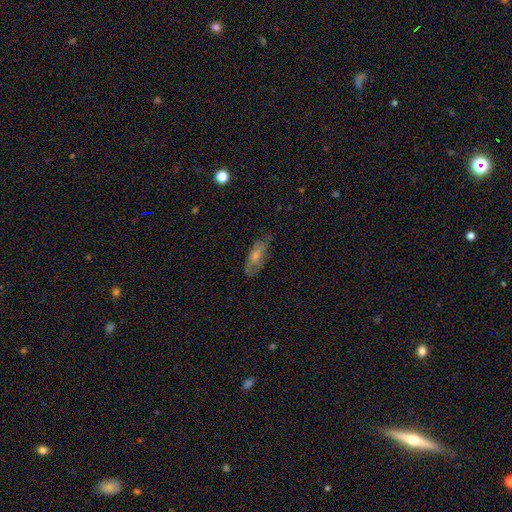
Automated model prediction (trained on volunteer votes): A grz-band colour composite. It shows a featured or disk galaxy (45%). Merging: none (75%).